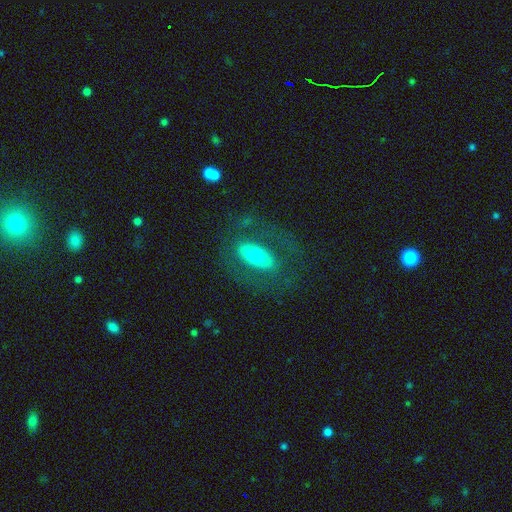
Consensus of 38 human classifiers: Overall: smooth (53%; featured or disk 39%). How rounded: in between (85%). Merging: none (57%; minor disturbance 20%).